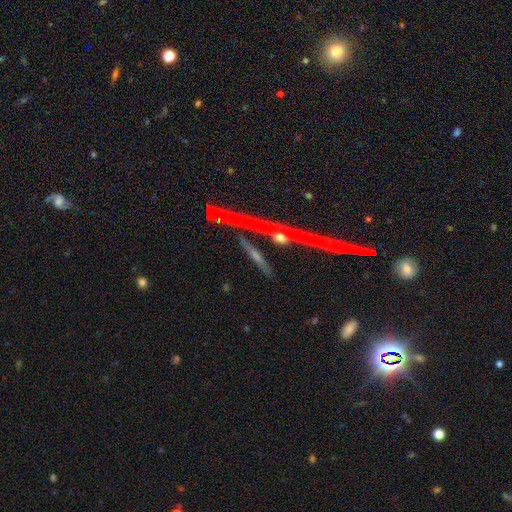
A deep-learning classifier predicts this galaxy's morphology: Smooth or featured? featured or disk (48%)
Merging? none (69%)